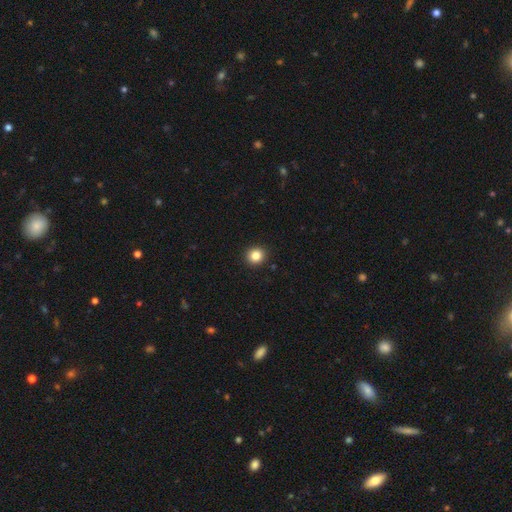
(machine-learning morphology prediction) smooth-or-featured: smooth: 85% | star or artifact: 11% | featured or disk: 5%
  how-rounded: round: 91% | in between: 8% | cigar-shaped: 1%
  merging: none: 93% | minor disturbance: 4% | major disturbance: 1% | merger: 1%